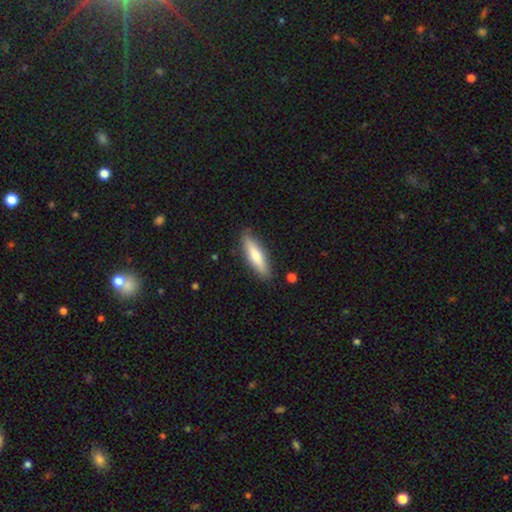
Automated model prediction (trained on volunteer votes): A smooth galaxy with no disk features (73%) that is cigar-shaped (71%).

Vote fractions:
- Smooth or featured? smooth: 73% / featured or disk: 22% / star or artifact: 5%
- How rounded? cigar-shaped: 71% / in between: 28% / round: 1%
- Merging? none: 86% / minor disturbance: 10% / major disturbance: 2% / merger: 2%